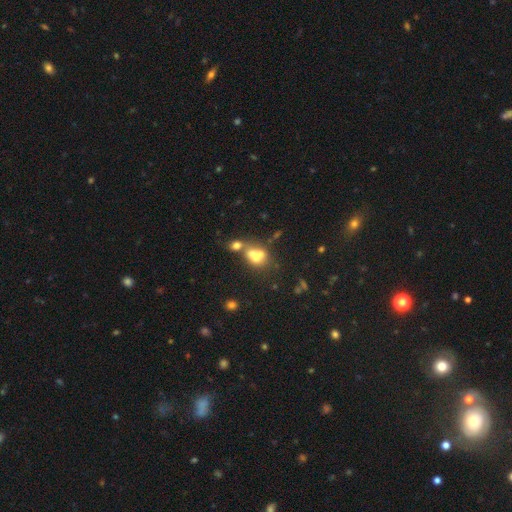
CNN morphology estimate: type=smooth (57%); roundness=round (51%); merging=merger (61%).